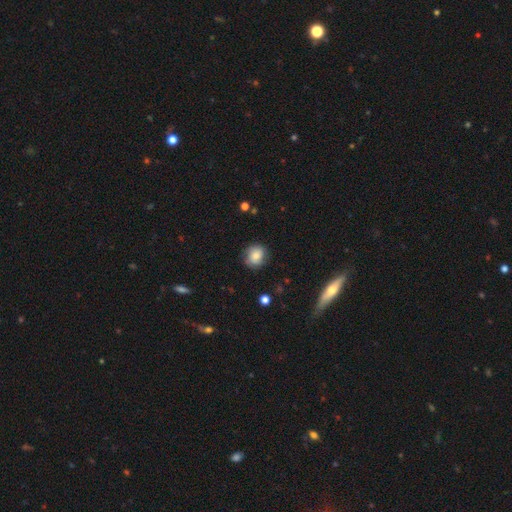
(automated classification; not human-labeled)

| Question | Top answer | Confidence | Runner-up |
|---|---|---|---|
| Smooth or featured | smooth | 74% | featured or disk (17%) |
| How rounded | round | 77% | in between (22%) |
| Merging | none | 78% | minor disturbance (16%) |